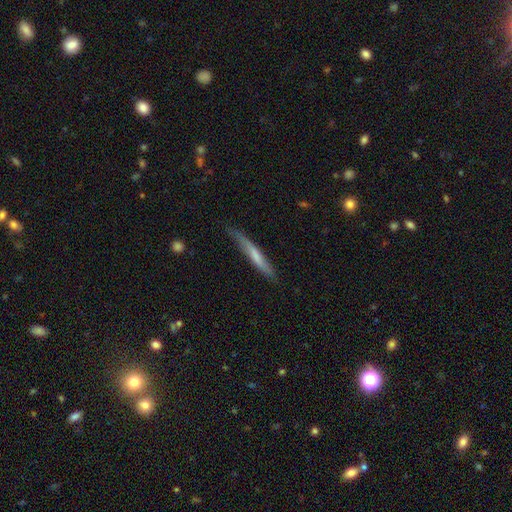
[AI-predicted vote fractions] Smooth or featured?
  - smooth: 56% *
  - featured or disk: 38%
  - star or artifact: 6%
How rounded?
  - cigar-shaped: 94% *
  - in between: 5%
  - round: 1%
Merging?
  - none: 67% *
  - minor disturbance: 25%
  - major disturbance: 6%
  - merger: 2%